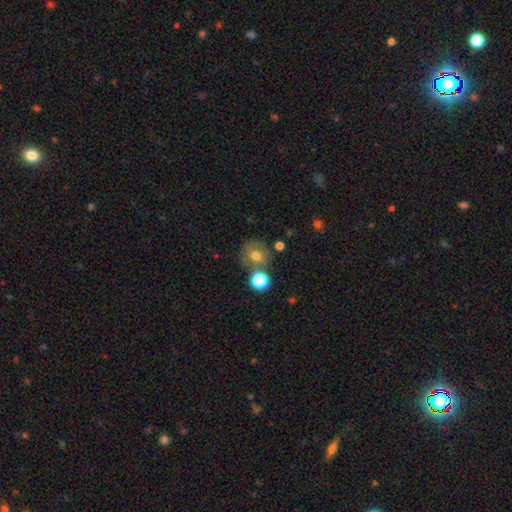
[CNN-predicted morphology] The model was most divided on "merging": none: 66%, merger: 16%, minor disturbance: 13%, major disturbance: 5%. More confident: how rounded — round (87%); smooth or featured — smooth (69%).